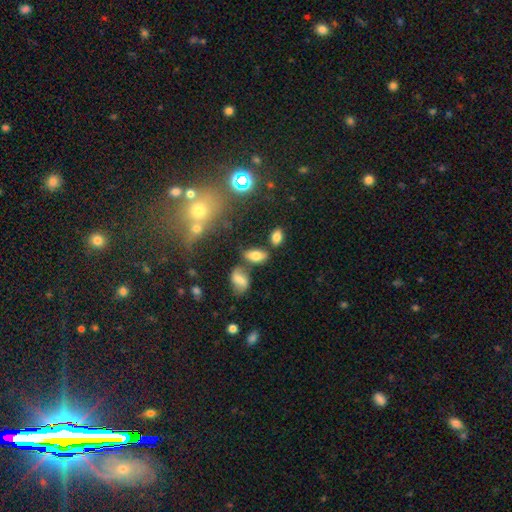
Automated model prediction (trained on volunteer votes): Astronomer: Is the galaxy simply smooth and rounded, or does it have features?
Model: smooth — 74%.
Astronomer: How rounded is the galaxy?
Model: in between — 86%.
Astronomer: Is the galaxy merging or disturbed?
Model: none — 69%.